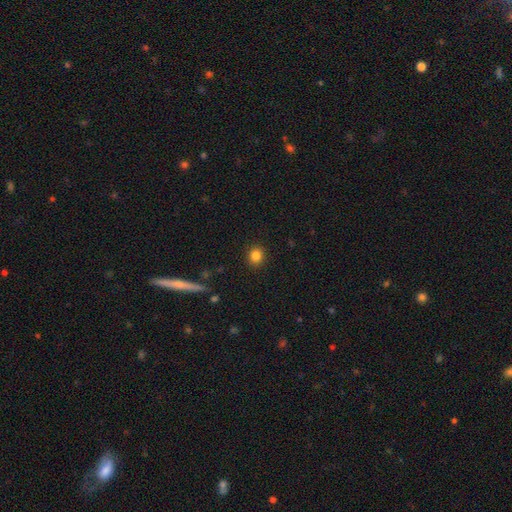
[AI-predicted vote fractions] Morphology: type=smooth (83%); roundness=round (84%); merging=none (91%).